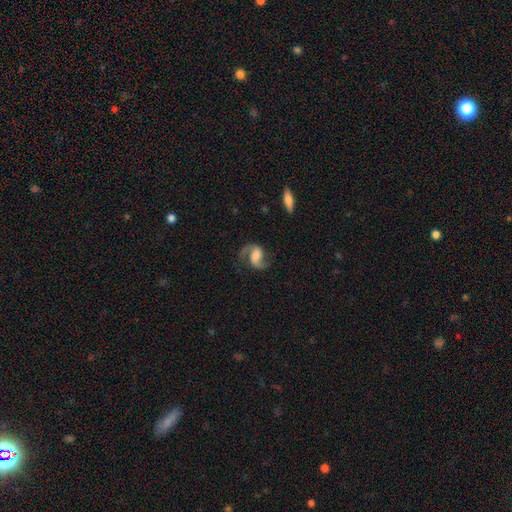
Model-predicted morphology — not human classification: type=featured or disk (86%); edge-on=no (98%); bar=weak (43%); spiral arms=yes (97%); winding=medium (48%); arm count=2 (90%); bulge=moderate (40%); merging=none (73%).